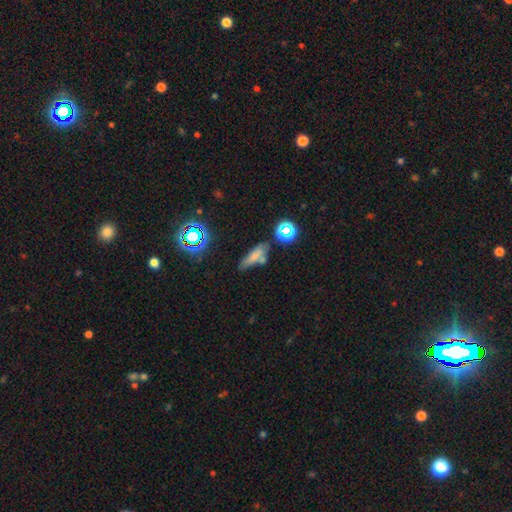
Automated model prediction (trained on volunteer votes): The model was most divided on "how rounded": in between: 47%, cigar-shaped: 46%, round: 6%. More confident: smooth or featured — smooth (64%); merging — none (50%).